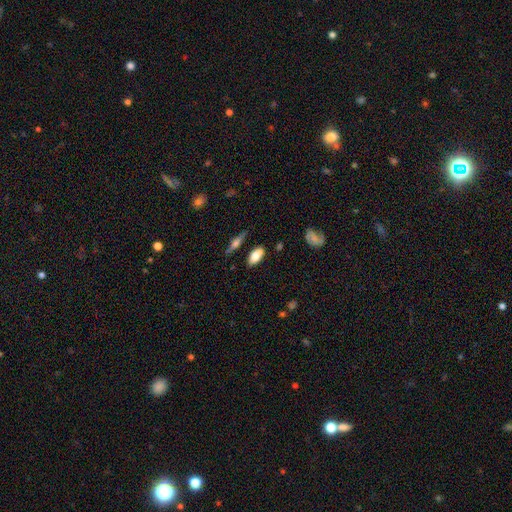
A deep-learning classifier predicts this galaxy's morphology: The model was most divided on "smooth or featured": smooth: 73%, featured or disk: 20%, star or artifact: 7%. More confident: how rounded — in between (87%); merging — none (82%).